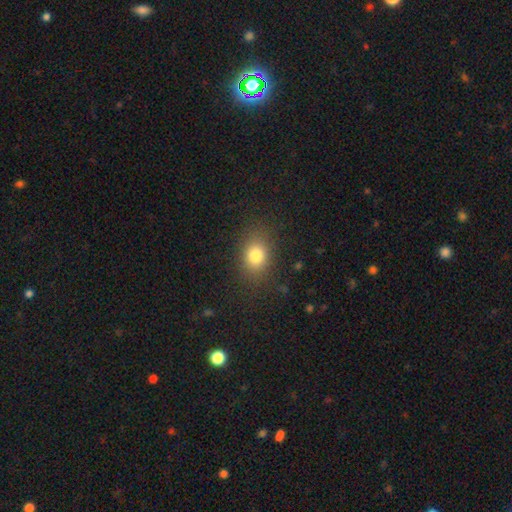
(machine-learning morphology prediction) Q: Smooth or featured?
A: smooth (80%); runner-up: star or artifact (12%)
Q: How rounded?
A: in between (55%); runner-up: round (44%)
Q: Merging?
A: none (84%); runner-up: minor disturbance (11%)